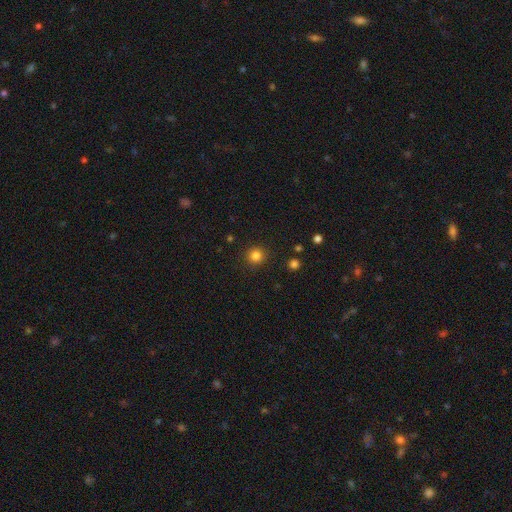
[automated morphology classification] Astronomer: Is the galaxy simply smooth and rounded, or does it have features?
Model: smooth — 83%.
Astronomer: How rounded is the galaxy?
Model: round — 92%.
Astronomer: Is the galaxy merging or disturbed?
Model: none — 90%.